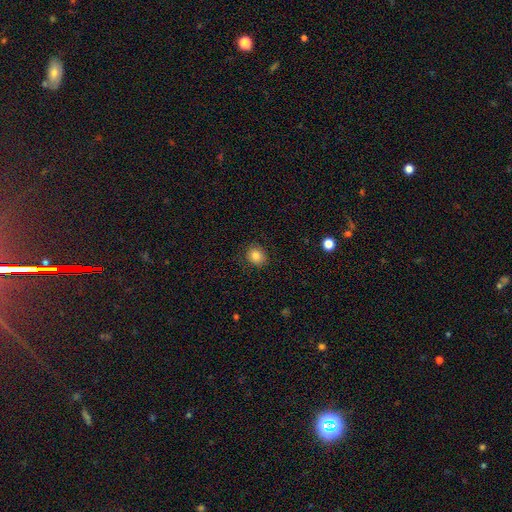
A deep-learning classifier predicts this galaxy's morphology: This is clearly a smooth galaxy (83%). How rounded: likely round (74%). Merging: clearly none (86%).